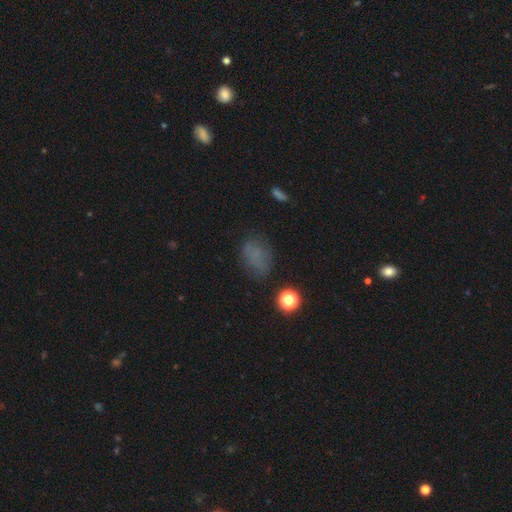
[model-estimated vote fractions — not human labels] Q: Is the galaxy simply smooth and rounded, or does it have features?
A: smooth — 67%.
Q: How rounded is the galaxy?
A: in between — 72%.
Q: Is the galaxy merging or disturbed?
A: none — 68%.